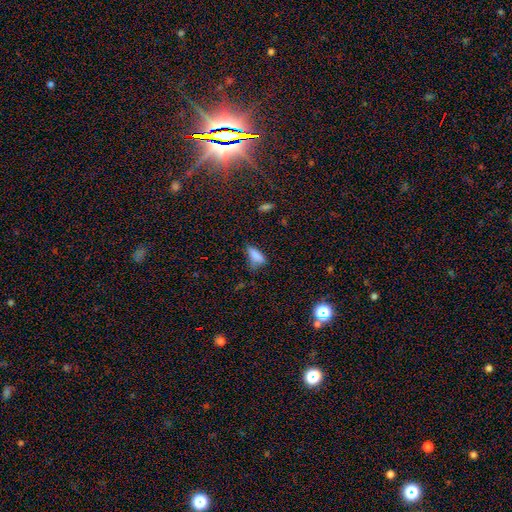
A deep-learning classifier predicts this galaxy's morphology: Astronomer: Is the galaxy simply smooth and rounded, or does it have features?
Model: smooth — 77%.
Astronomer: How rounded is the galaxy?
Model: in between — 70%.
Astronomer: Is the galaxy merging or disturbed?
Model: none — 43% (runner-up: minor disturbance, 33%).